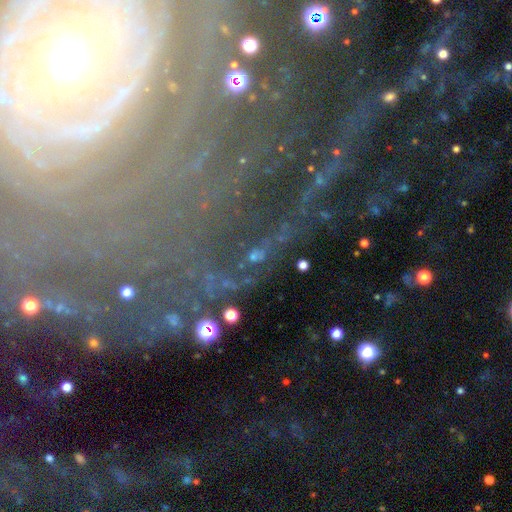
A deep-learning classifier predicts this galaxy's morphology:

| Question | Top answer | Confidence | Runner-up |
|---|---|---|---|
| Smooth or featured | star or artifact | 67% | featured or disk (20%) |